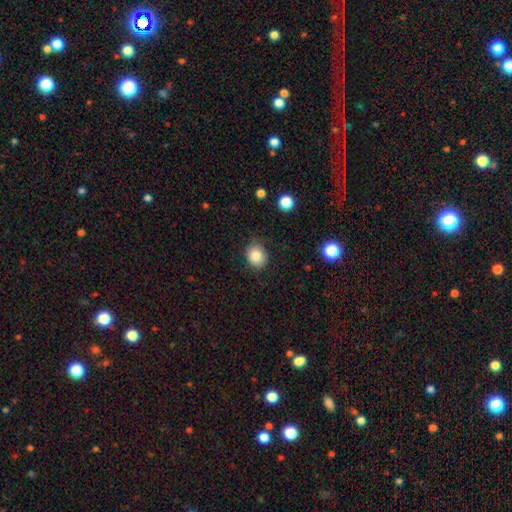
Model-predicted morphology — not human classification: Smooth or featured? Predicted: smooth (p=0.83). How rounded? Predicted: round (p=0.67). Merging? Predicted: none (p=0.83).